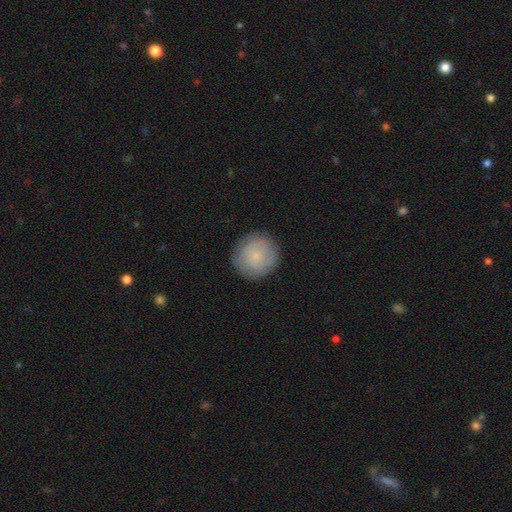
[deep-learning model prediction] The model was most divided on "smooth or featured": smooth: 77%, featured or disk: 16%, star or artifact: 7%. More confident: how rounded — round (94%); merging — none (87%).